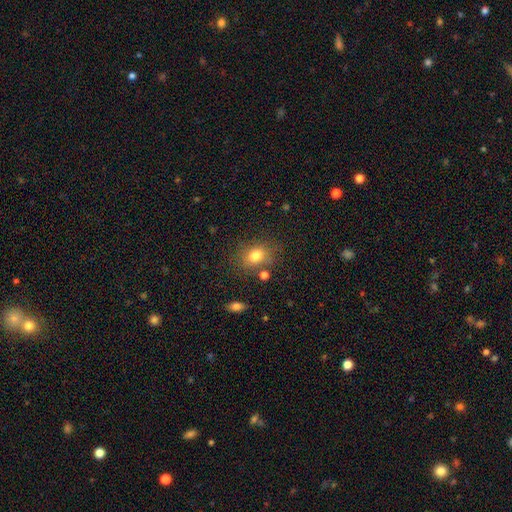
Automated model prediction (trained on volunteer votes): smooth_or_featured: smooth (p=0.79) [alt: star or artifact p=0.11]
how_rounded: in between (p=0.65) [alt: round p=0.33]
merging: none (p=0.72) [alt: minor disturbance p=0.16]